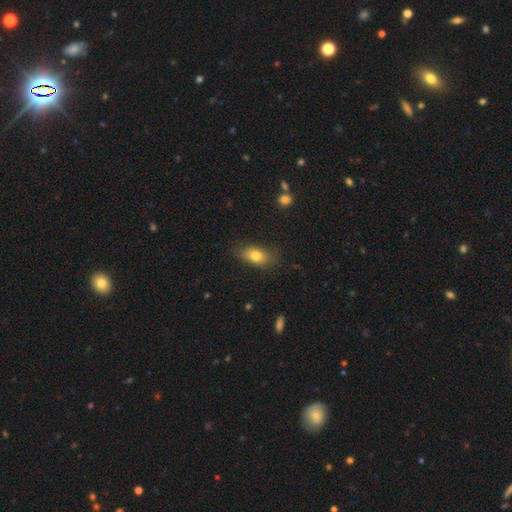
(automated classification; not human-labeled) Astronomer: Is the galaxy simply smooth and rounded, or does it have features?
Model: smooth — 79%.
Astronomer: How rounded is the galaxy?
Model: in between — 86%.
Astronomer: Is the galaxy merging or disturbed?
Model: none — 76%.